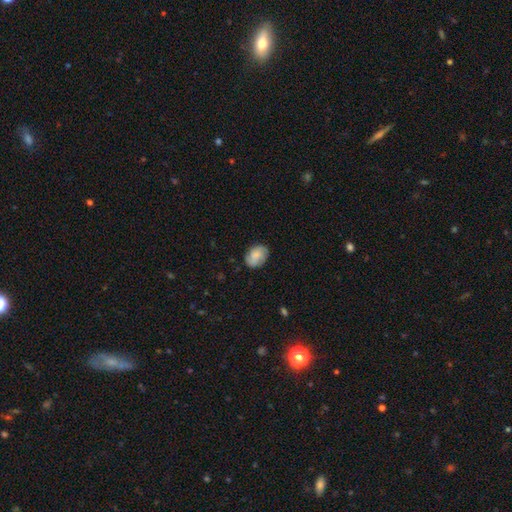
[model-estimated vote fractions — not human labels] Smooth or featured? Predicted: smooth (p=0.68). How rounded? Predicted: in between (p=0.70). Merging? Predicted: none (p=0.78).